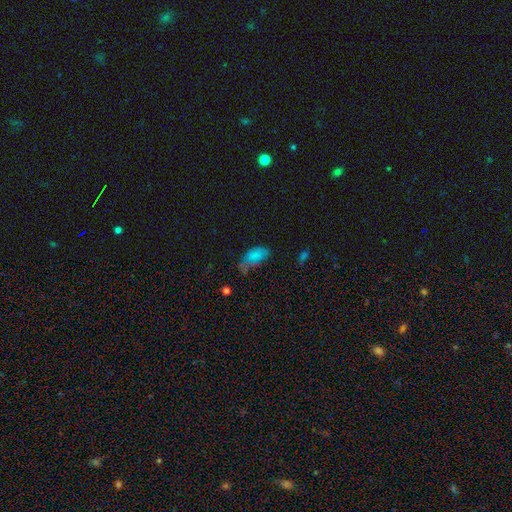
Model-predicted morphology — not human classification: type=smooth (73%); roundness=in between (91%); merging=minor disturbance (34%).